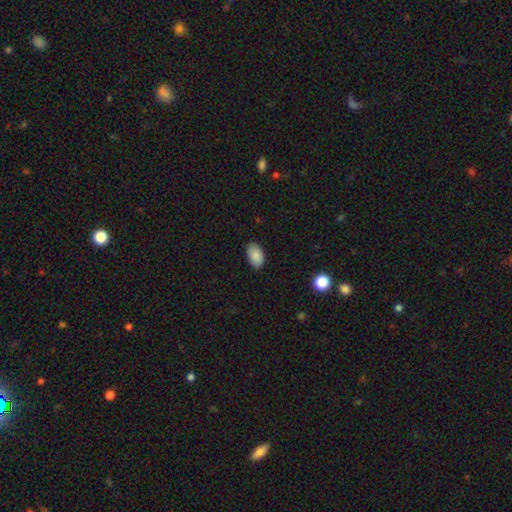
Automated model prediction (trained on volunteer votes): Smooth or featured? Predicted: smooth (p=0.88). How rounded? Predicted: in between (p=0.93). Merging? Predicted: none (p=0.85).